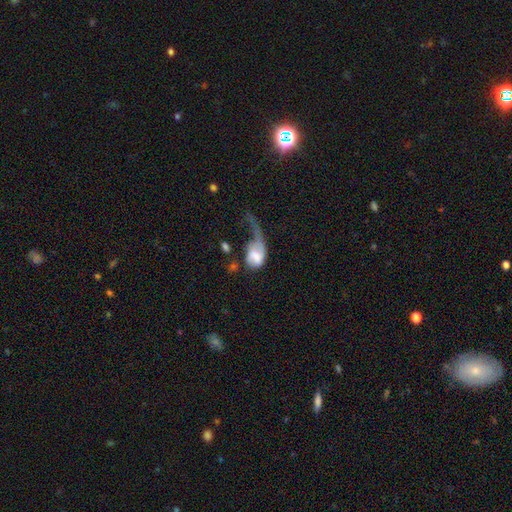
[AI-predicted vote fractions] The model was most divided on "smooth or featured": smooth: 51%, featured or disk: 42%, star or artifact: 8%. More confident: how rounded — in between (76%); merging — major disturbance (67%).